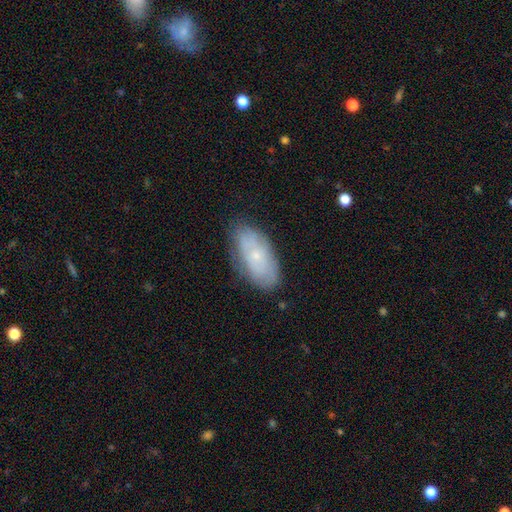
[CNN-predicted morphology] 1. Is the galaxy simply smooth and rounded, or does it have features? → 49% smooth, 43% featured or disk, 8% star or artifact.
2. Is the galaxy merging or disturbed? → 76% none, 18% minor disturbance, 4% major disturbance, 1% merger.